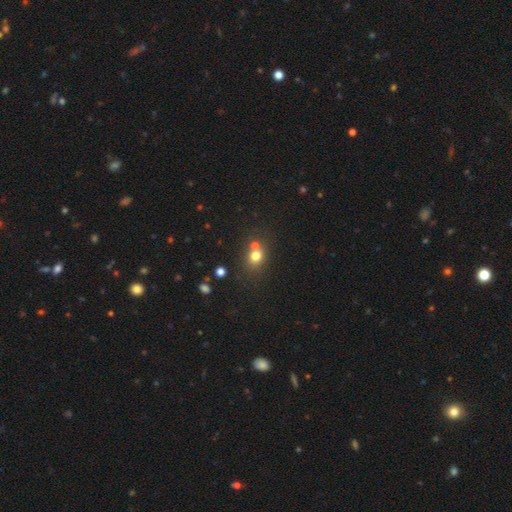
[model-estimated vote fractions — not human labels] This appears to be a smooth galaxy with no disk features (72%) that is round (70%). Merging: none (53%).